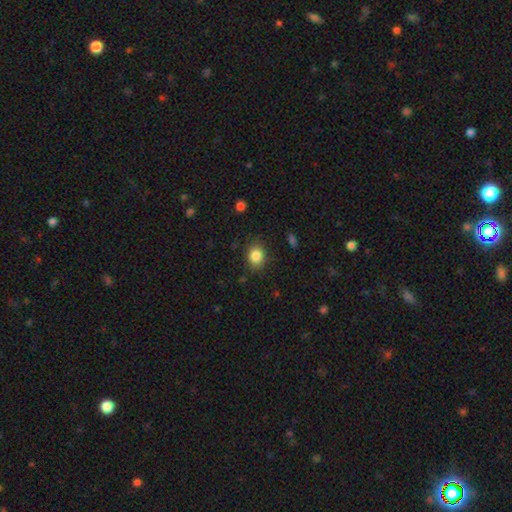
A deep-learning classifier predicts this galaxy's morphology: Smooth or featured?
  - smooth: 85% *
  - star or artifact: 9%
  - featured or disk: 5%
How rounded?
  - in between: 52% *
  - round: 47%
  - cigar-shaped: 1%
Merging?
  - none: 81% *
  - minor disturbance: 14%
  - major disturbance: 4%
  - merger: 1%